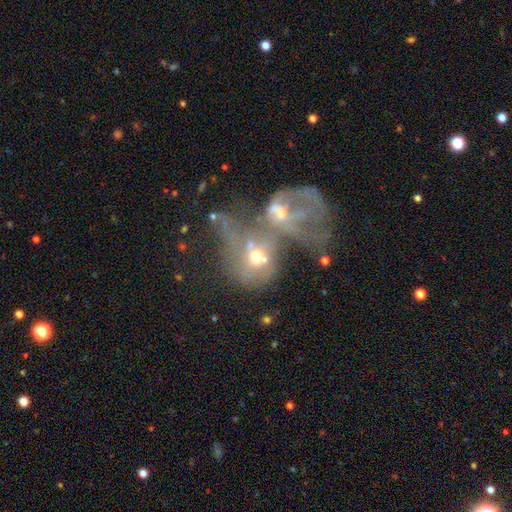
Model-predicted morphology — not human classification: Smooth or featured? Predicted: featured or disk (p=0.55). Edge-on disk? Predicted: no (p=0.95). Bar? Predicted: no (p=0.76). Spiral arms? Predicted: no (p=0.60). Bulge size? Predicted: moderate (p=0.54). Merging? Predicted: merger (p=0.75).